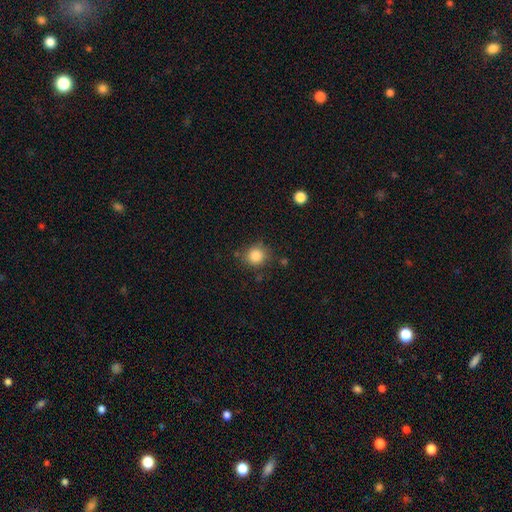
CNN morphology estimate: Q: Smooth or featured?
A: smooth (84%); runner-up: star or artifact (10%)
Q: How rounded?
A: round (87%); runner-up: in between (12%)
Q: Merging?
A: none (81%); runner-up: minor disturbance (12%)